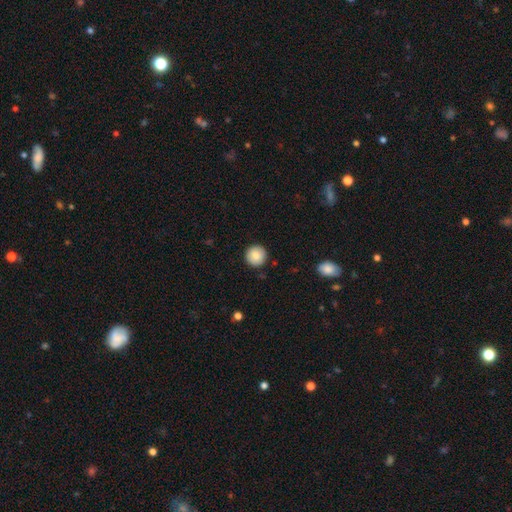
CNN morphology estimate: smooth 86%, star or artifact 8%, featured or disk 7%. Down the decision tree: how rounded — round (96%); merging — none (91%).